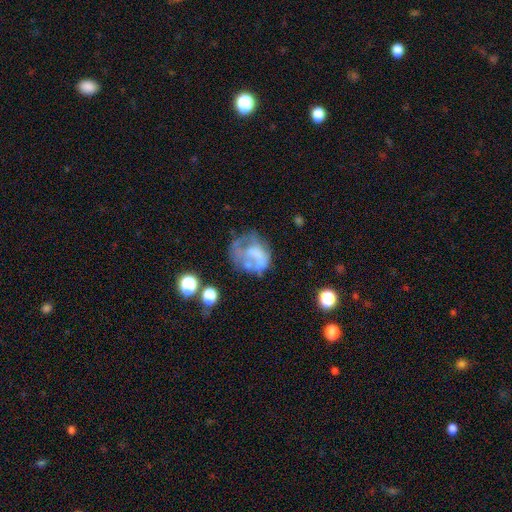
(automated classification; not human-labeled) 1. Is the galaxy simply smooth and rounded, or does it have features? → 52% featured or disk, 35% smooth, 12% star or artifact.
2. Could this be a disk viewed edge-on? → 98% no, 2% yes.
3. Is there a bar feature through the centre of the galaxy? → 87% no, 10% weak, 3% strong.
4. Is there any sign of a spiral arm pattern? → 82% no, 18% yes.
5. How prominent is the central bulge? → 70% none, 13% moderate, 9% small, 7% large, 2% dominant.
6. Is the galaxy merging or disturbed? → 37% none, 32% major disturbance, 22% minor disturbance, 9% merger.